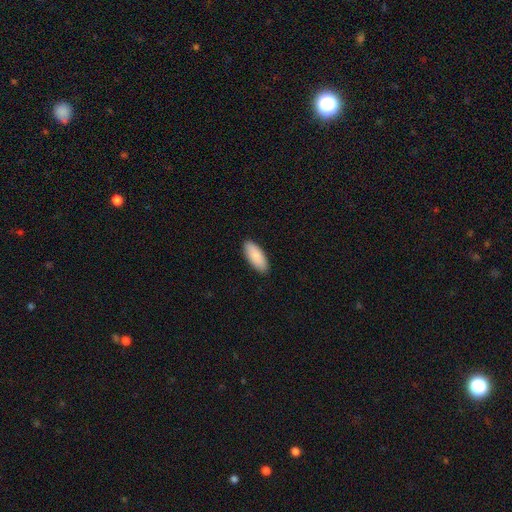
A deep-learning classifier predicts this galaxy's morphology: Smooth or featured?
  - smooth: 90% *
  - star or artifact: 5%
  - featured or disk: 5%
How rounded?
  - in between: 82% *
  - cigar-shaped: 16%
  - round: 2%
Merging?
  - none: 90% *
  - minor disturbance: 8%
  - major disturbance: 2%
  - merger: 1%